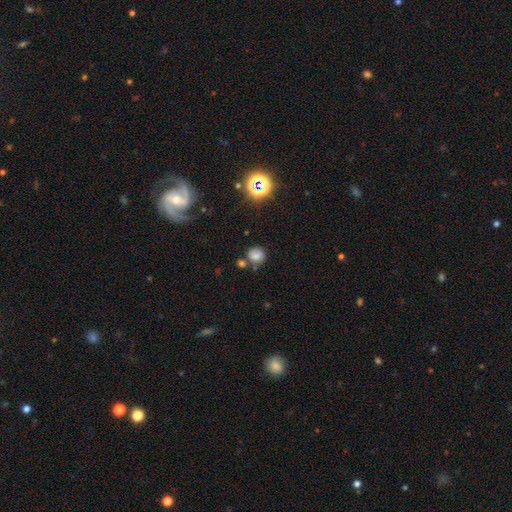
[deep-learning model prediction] This appears to be a smooth galaxy with no disk features (73%) that is round (82%). Merging: none (66%).